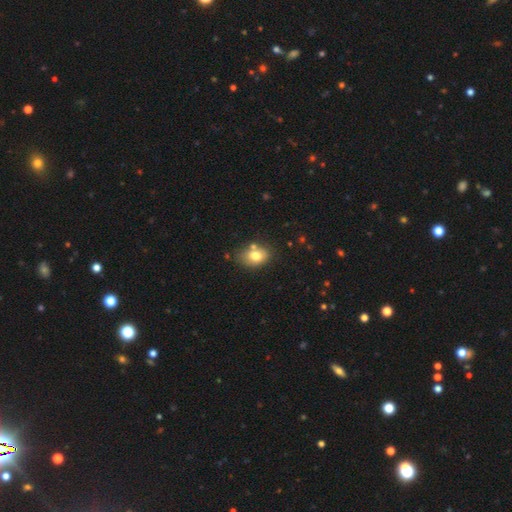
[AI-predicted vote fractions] Overall: smooth (75%). How rounded: in between (75%). Merging: none (64%).